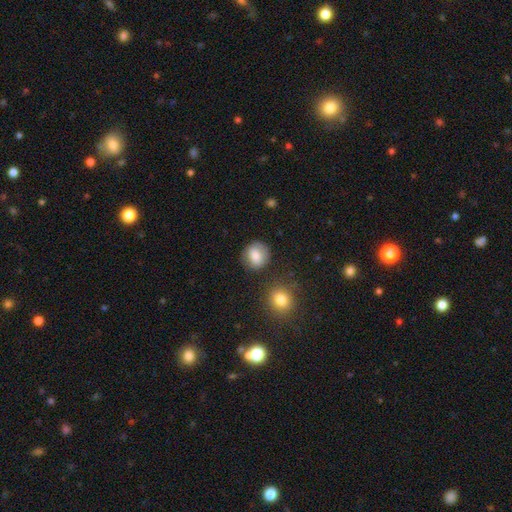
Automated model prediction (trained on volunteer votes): This is clearly a smooth galaxy (81%). How rounded: likely round (77%). Merging: likely none (76%).